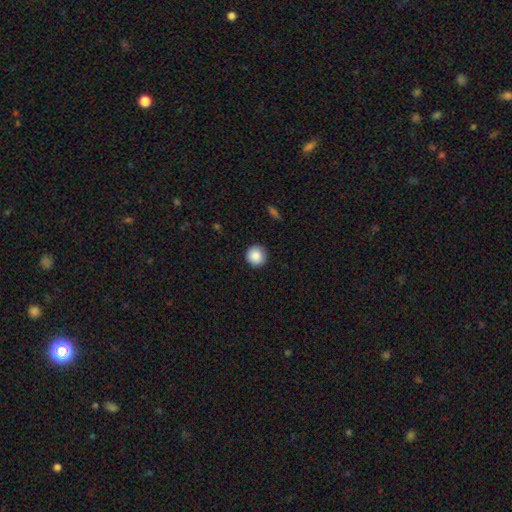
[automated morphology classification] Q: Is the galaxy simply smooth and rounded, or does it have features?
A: smooth — 88%.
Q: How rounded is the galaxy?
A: round — 95%.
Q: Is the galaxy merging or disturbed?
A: none — 92%.